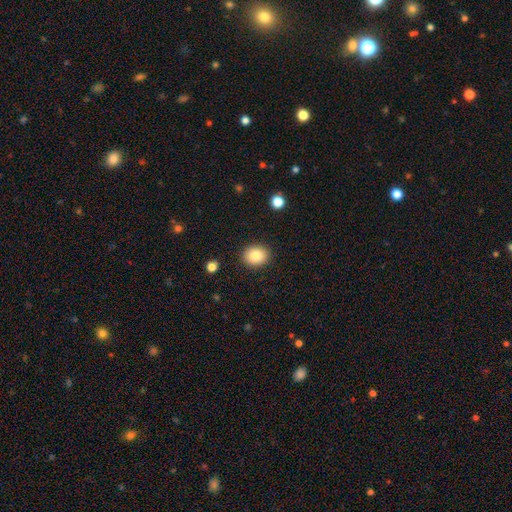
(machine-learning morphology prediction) Smooth or featured?
  - smooth: 83% *
  - star or artifact: 9%
  - featured or disk: 8%
How rounded?
  - round: 61% *
  - in between: 38%
  - cigar-shaped: 1%
Merging?
  - none: 90% *
  - minor disturbance: 7%
  - major disturbance: 2%
  - merger: 1%